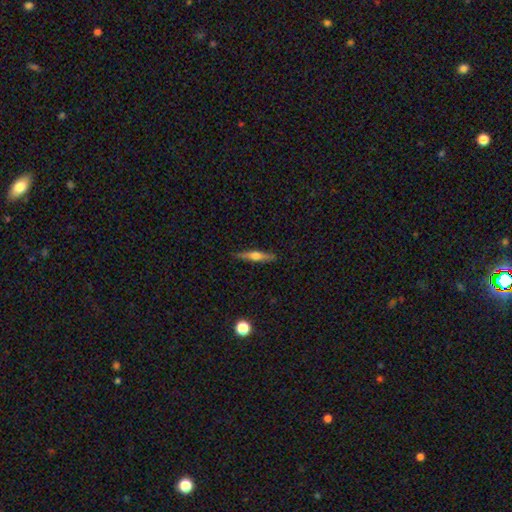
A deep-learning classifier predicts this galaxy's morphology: Smooth or featured?
  - featured or disk: 55% *
  - smooth: 39%
  - star or artifact: 6%
Edge-on disk?
  - yes: 95% *
  - no: 5%
Edge-on bulge?
  - rounded: 88% *
  - boxy: 6%
  - none: 5%
Merging?
  - none: 87% *
  - minor disturbance: 9%
  - major disturbance: 2%
  - merger: 1%